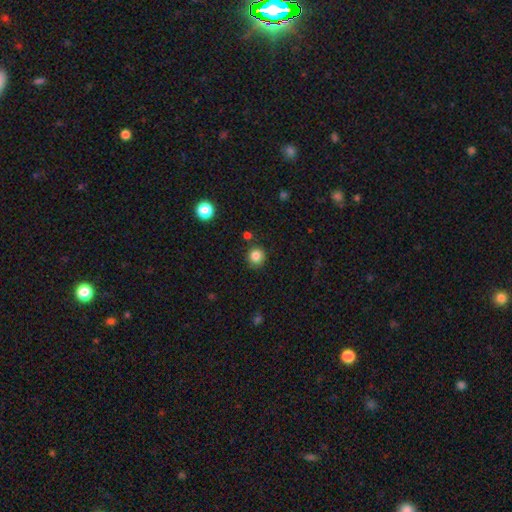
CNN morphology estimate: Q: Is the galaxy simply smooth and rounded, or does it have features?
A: smooth — 84%.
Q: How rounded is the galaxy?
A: round — 91%.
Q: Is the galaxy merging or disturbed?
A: none — 86%.